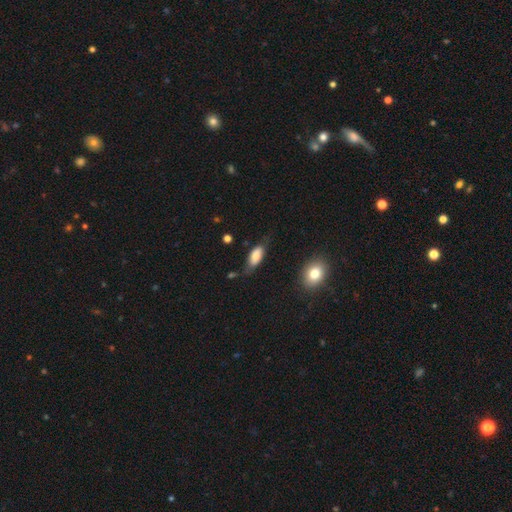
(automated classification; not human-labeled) This is likely a smooth galaxy (74%). How rounded: clearly in between (84%). Merging: possibly none (53%).